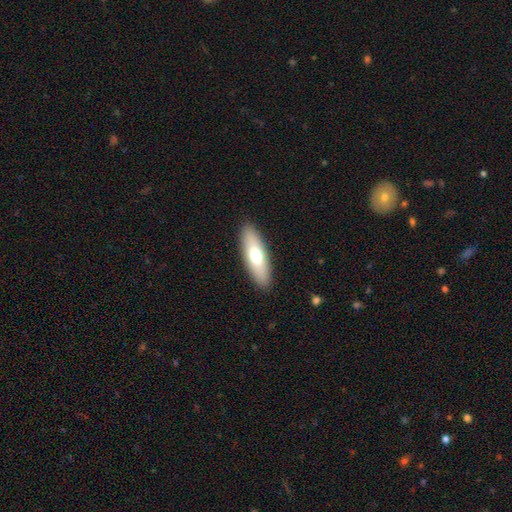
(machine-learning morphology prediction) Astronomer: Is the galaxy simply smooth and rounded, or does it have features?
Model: smooth — 66%.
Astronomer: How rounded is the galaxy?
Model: in between — 53% (runner-up: cigar-shaped, 45%).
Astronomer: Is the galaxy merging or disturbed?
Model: none — 90%.